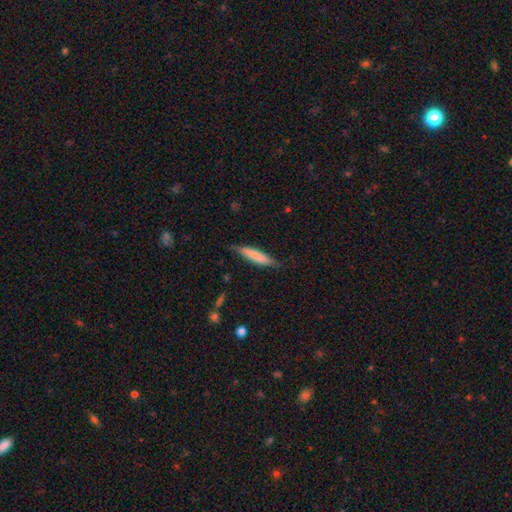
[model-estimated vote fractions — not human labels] Q: Smooth or featured?
A: smooth (70%); runner-up: featured or disk (24%)
Q: How rounded?
A: cigar-shaped (85%); runner-up: in between (13%)
Q: Merging?
A: none (75%); runner-up: minor disturbance (20%)